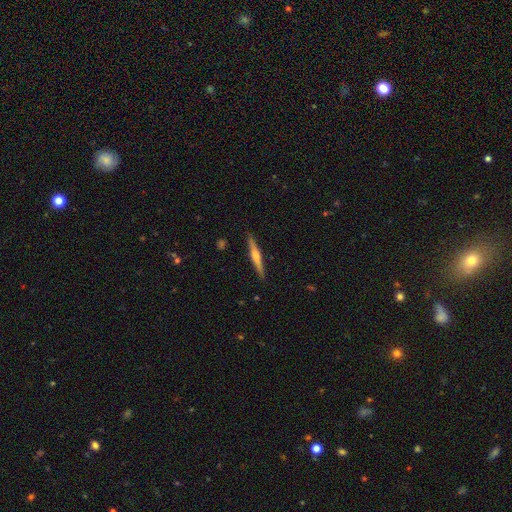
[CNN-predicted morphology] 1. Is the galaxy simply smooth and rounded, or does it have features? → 65% featured or disk, 29% smooth, 6% star or artifact.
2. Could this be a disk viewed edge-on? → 98% yes, 2% no.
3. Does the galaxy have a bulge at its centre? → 83% rounded, 9% none, 8% boxy.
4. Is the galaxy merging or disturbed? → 91% none, 7% minor disturbance, 1% major disturbance, 1% merger.